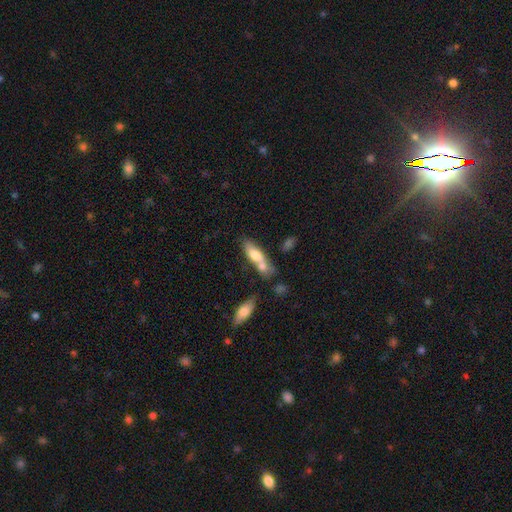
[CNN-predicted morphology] Smooth or featured: smooth — 68% (featured or disk — 25%)
How rounded: in between — 54% (cigar-shaped — 43%)
Merging: none — 39% (merger — 38%)